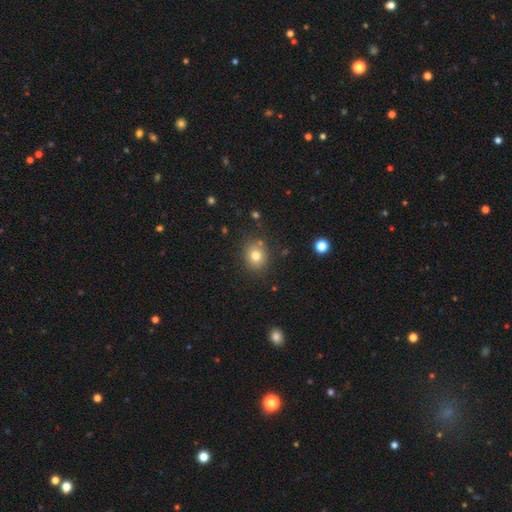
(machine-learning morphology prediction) A smooth galaxy with no disk features (77%) that is round (73%).

Vote fractions:
- Smooth or featured? smooth: 77% / star or artifact: 13% / featured or disk: 9%
- How rounded? round: 73% / in between: 27% / cigar-shaped: 1%
- Merging? none: 83% / minor disturbance: 10% / merger: 4% / major disturbance: 3%